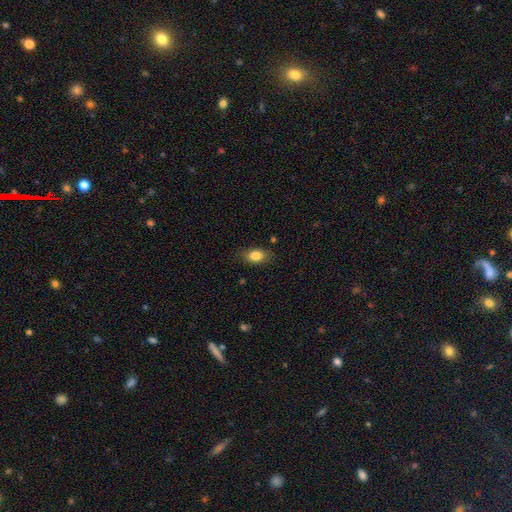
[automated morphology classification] Smooth or featured: smooth — 84% (star or artifact — 8%)
How rounded: in between — 82% (round — 16%)
Merging: none — 83% (minor disturbance — 13%)